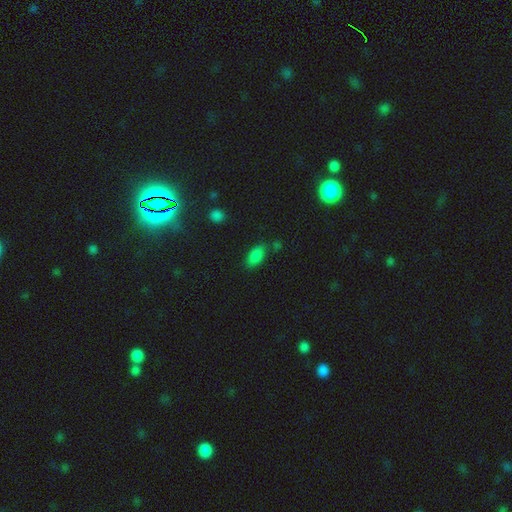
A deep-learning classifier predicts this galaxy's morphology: smooth 84%, star or artifact 12%, featured or disk 5%. Down the decision tree: how rounded — in between (91%); merging — none (74%).